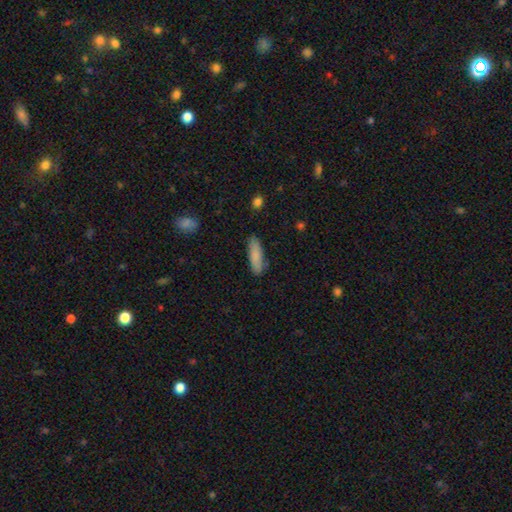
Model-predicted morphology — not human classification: This is clearly a smooth galaxy (84%). How rounded: possibly cigar-shaped (58%). Merging: clearly none (83%).